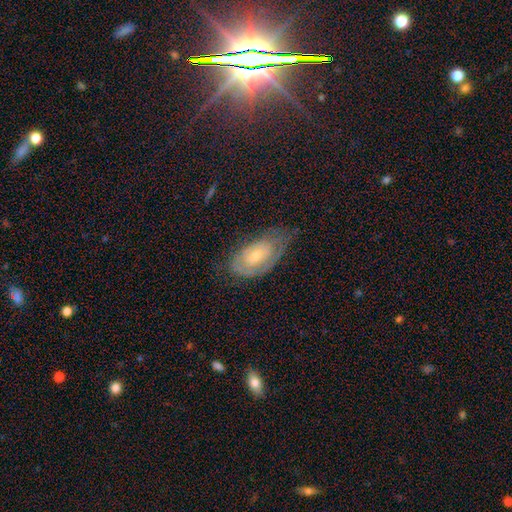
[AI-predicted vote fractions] Smooth or featured? featured or disk (57%)
Edge-on disk? no (91%)
Bar? no (69%)
Spiral arms? yes (69%)
Bulge size? small (49%)
Merging? none (49%)